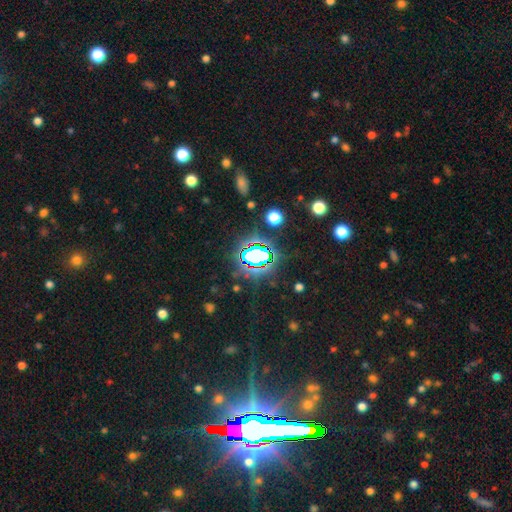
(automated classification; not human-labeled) smooth-or-featured: star or artifact: 70% | smooth: 19% | featured or disk: 11%